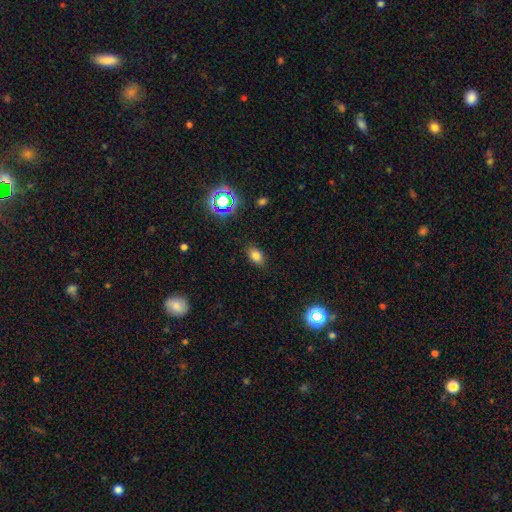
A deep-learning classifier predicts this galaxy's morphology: Smooth or featured? Predicted: smooth (p=0.78). How rounded? Predicted: in between (p=0.84). Merging? Predicted: none (p=0.86).